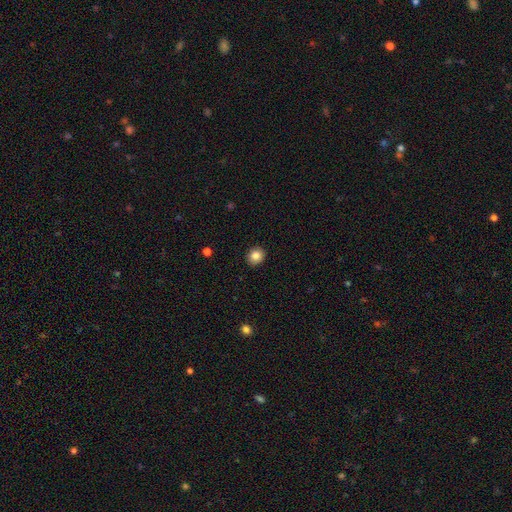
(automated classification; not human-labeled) This is clearly a smooth galaxy (85%). How rounded: likely round (75%). Merging: clearly none (91%).